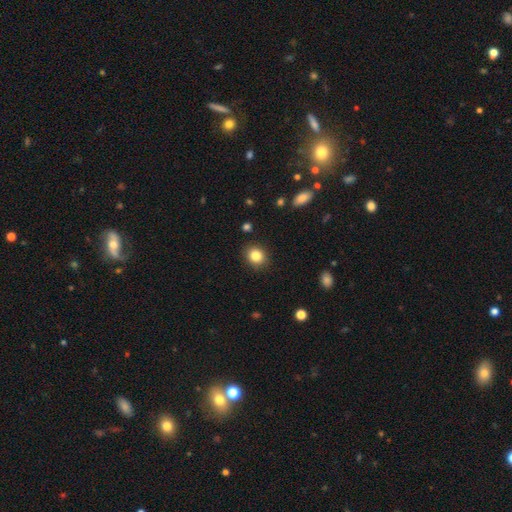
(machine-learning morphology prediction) type=smooth (84%); roundness=round (65%); merging=none (89%).